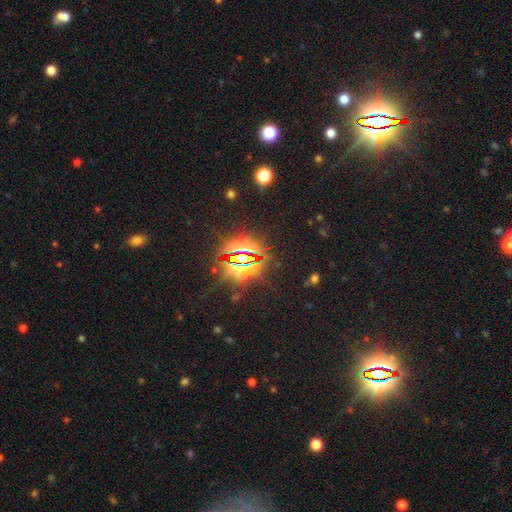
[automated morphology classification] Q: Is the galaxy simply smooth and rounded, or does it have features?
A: star or artifact — 84%.